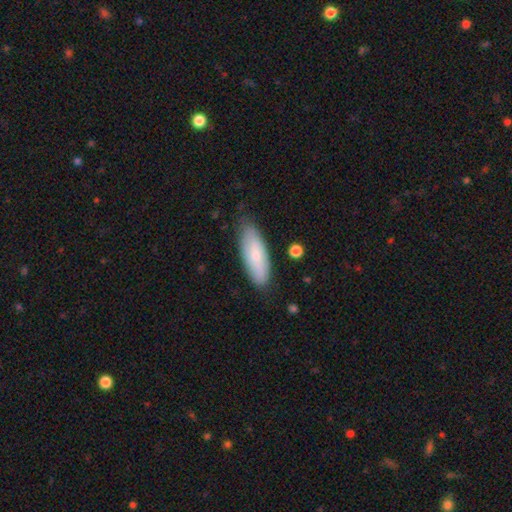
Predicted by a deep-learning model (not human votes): Q: Smooth or featured?
A: smooth (65%); runner-up: featured or disk (28%)
Q: How rounded?
A: in between (65%); runner-up: cigar-shaped (33%)
Q: Merging?
A: none (79%); runner-up: minor disturbance (17%)